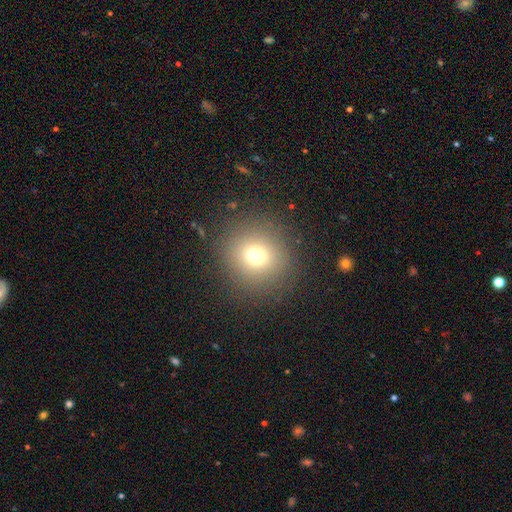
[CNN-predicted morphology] smooth-or-featured: smooth: 72% | star or artifact: 18% | featured or disk: 10%
  how-rounded: round: 93% | in between: 6% | cigar-shaped: 1%
  merging: none: 88% | minor disturbance: 7% | major disturbance: 4% | merger: 1%